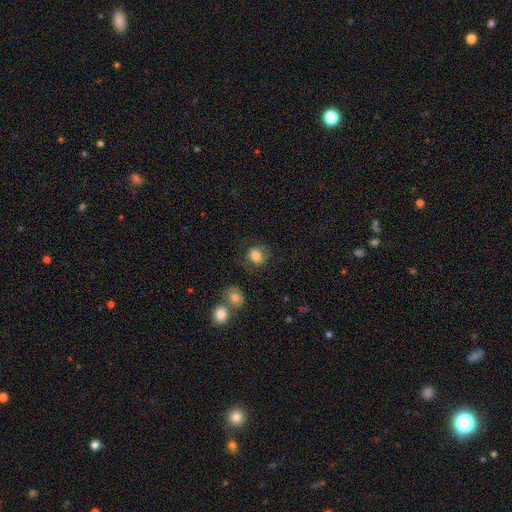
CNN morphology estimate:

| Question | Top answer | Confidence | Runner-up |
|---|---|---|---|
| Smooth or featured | smooth | 74% | featured or disk (16%) |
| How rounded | round | 55% | in between (44%) |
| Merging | none | 64% | minor disturbance (20%) |